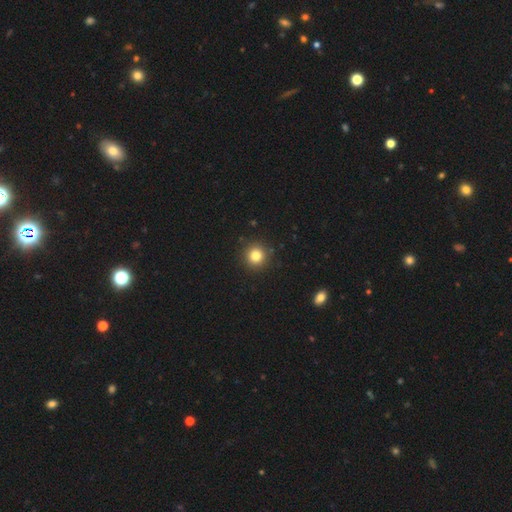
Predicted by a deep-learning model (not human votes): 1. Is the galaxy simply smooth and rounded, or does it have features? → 82% smooth, 12% star or artifact, 6% featured or disk.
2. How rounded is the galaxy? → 95% round, 4% in between, 1% cigar-shaped.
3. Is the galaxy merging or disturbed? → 92% none, 5% minor disturbance, 2% major disturbance, 1% merger.